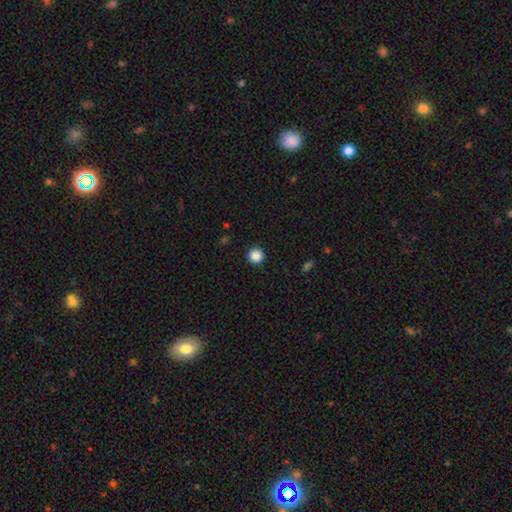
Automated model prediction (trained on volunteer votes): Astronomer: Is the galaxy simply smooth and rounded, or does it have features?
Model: smooth — 88%.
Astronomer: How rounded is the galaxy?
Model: round — 96%.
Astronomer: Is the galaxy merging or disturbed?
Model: none — 93%.